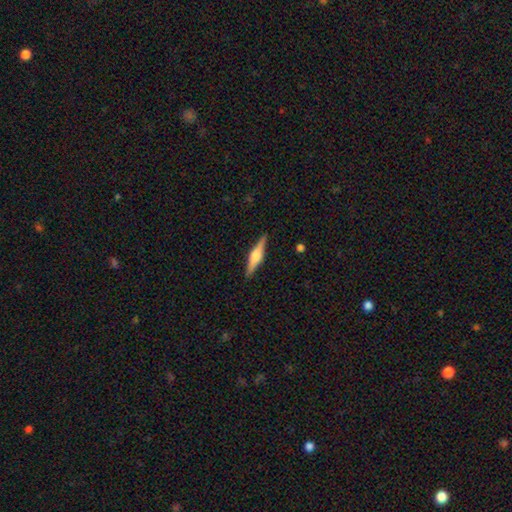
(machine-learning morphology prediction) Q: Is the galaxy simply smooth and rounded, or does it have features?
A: featured or disk — 69%.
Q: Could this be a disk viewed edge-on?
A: yes — 98%.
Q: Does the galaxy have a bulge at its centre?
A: rounded — 86%.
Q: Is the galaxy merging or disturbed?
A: none — 90%.